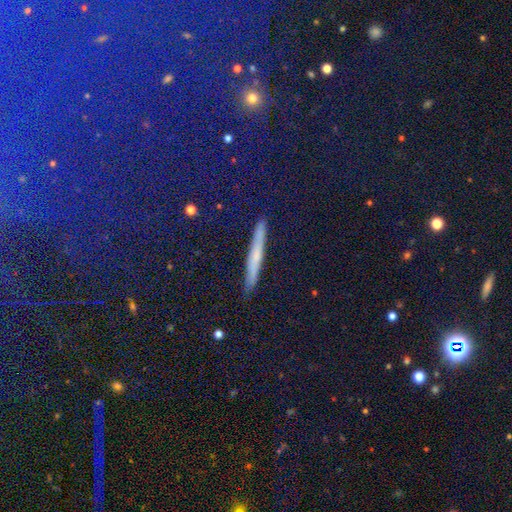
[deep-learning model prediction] This is marginally a smooth galaxy (43%). Merging: clearly none (89%).